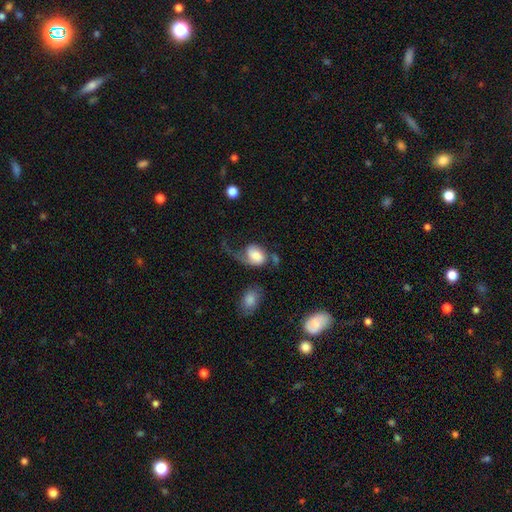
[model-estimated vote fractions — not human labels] A smooth galaxy with no disk features (51%) that is in between round and cigar-shaped (69%). Merging: major disturbance (45%).